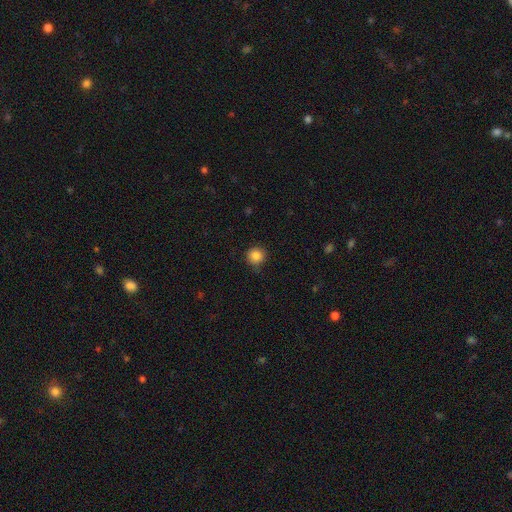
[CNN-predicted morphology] Overall: smooth (85%). How rounded: round (94%). Merging: none (80%).